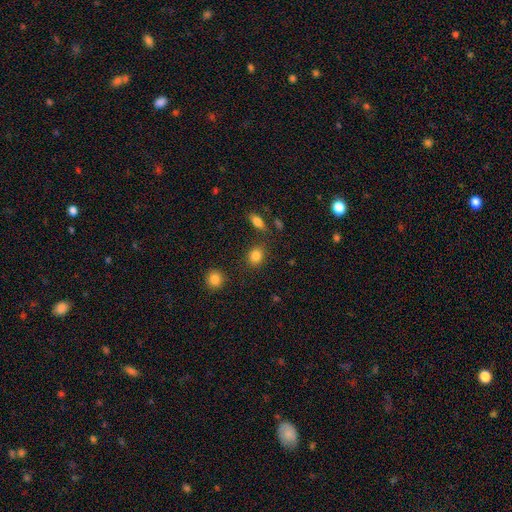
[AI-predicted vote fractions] This appears to be a smooth galaxy with no disk features (84%) that is round (70%). Merging: none (82%).